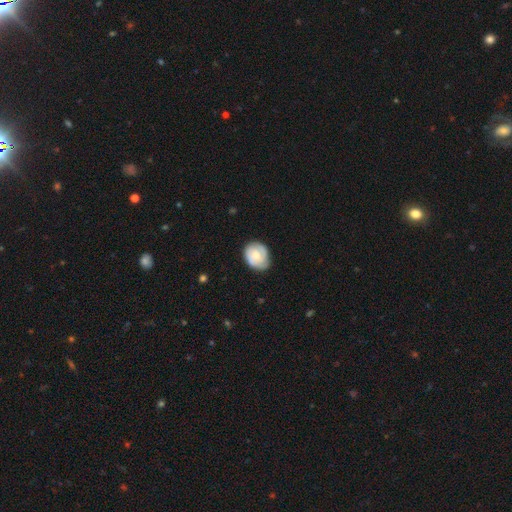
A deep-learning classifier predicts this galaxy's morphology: A featured or disk galaxy (49%).

Vote fractions:
- Smooth or featured? featured or disk: 49% / smooth: 45% / star or artifact: 7%
- Merging? none: 69% / minor disturbance: 24% / major disturbance: 5% / merger: 1%